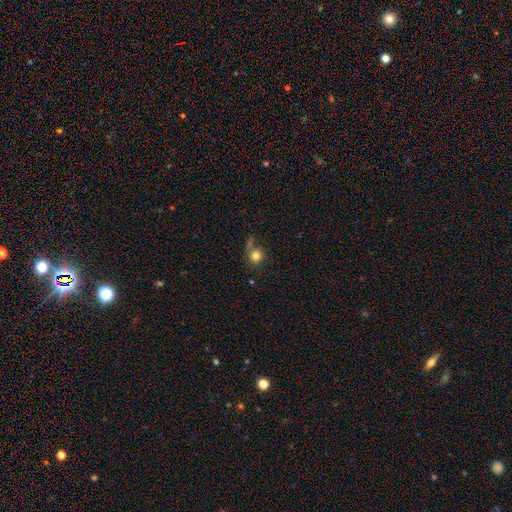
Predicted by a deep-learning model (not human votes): Smooth or featured? Predicted: smooth (p=0.79). How rounded? Predicted: round (p=0.87). Merging? Predicted: none (p=0.58).